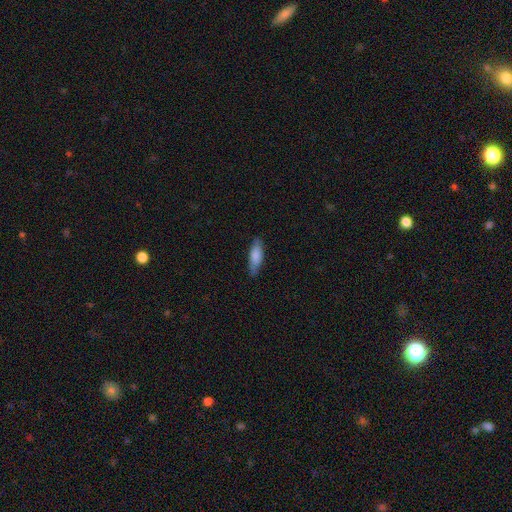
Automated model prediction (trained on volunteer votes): The model was most divided on "how rounded": in between: 56%, cigar-shaped: 42%, round: 2%. More confident: smooth or featured — smooth (80%); merging — none (79%).